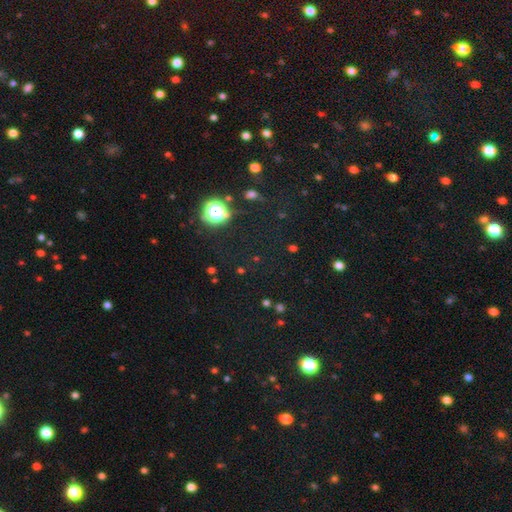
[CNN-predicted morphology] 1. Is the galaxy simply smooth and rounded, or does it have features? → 68% star or artifact, 25% smooth, 8% featured or disk.